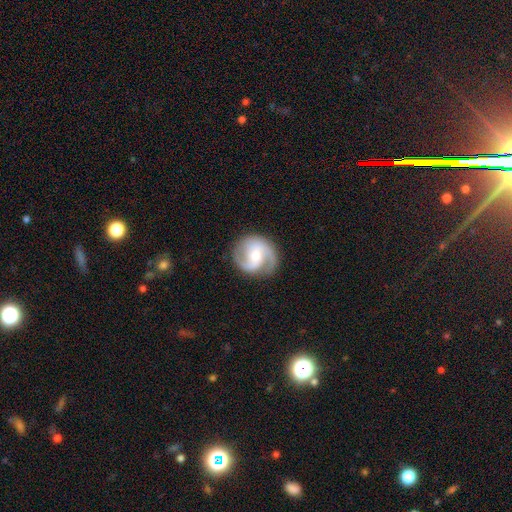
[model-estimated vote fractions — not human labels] A featured or disk galaxy (84%) with no bar (42%, tied with weak), 2 (84%) medium (53%) spiral arms (96%) and a moderate central bulge (55%). Merging: none (83%).